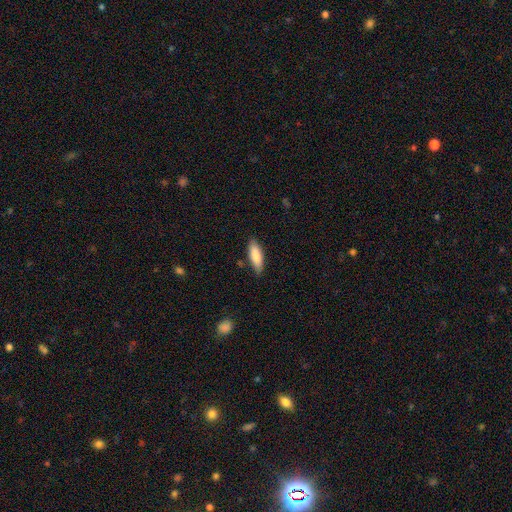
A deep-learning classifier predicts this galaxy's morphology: This is clearly a smooth galaxy (84%). How rounded: possibly in between (59%). Merging: clearly none (81%).